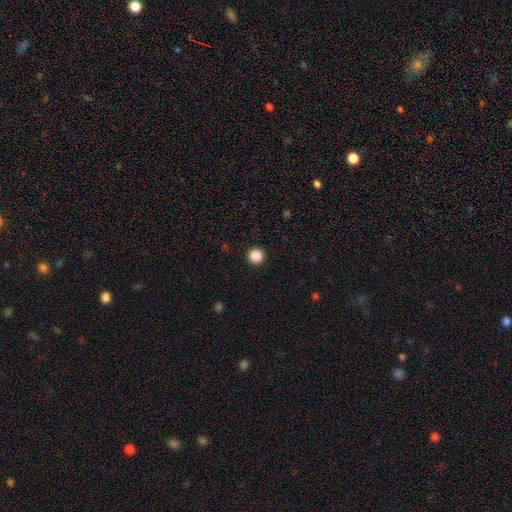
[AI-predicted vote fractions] This appears to be a smooth galaxy with no disk features (88%) that is round (95%). Merging: none (93%).